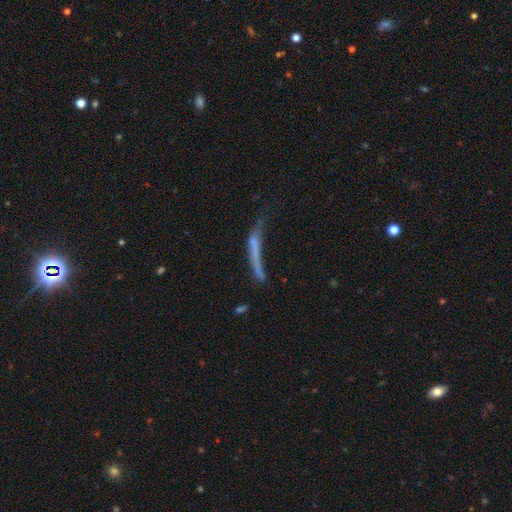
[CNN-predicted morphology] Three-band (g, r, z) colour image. It shows a featured or disk galaxy (41%). Merging: none (38%).